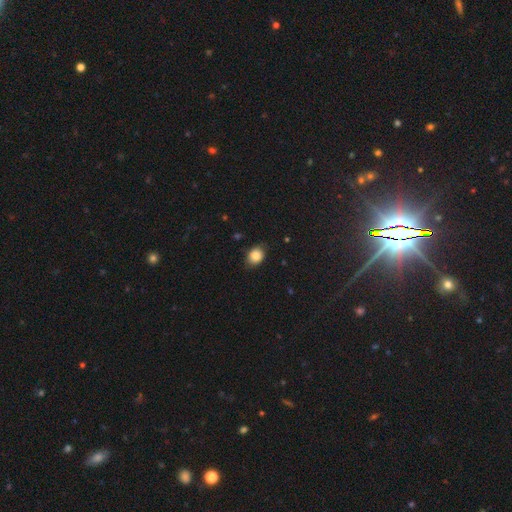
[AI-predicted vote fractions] Smooth or featured? Predicted: smooth (p=0.85). How rounded? Predicted: in between (p=0.56). Merging? Predicted: none (p=0.76).